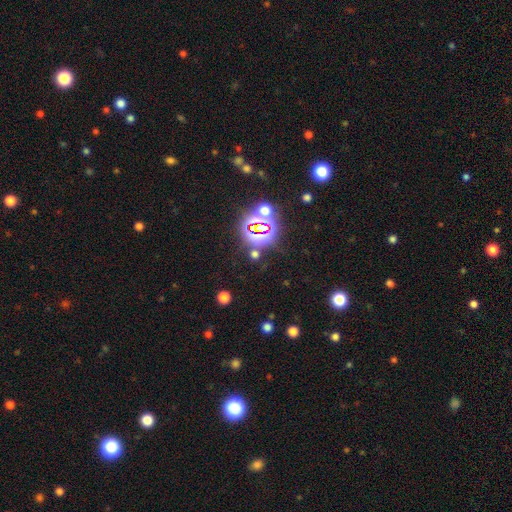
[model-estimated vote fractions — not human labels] Overall: star or artifact (83%).